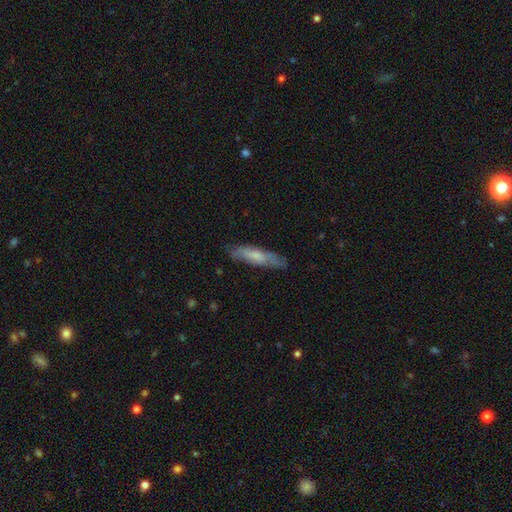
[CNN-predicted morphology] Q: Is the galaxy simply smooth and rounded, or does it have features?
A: smooth — 55%.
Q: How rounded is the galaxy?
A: cigar-shaped — 72%.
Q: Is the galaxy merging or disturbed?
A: none — 69%.